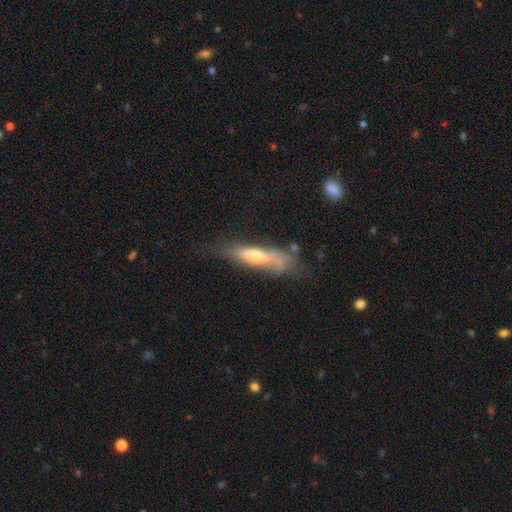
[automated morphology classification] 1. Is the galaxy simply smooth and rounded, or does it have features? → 47% smooth, 45% featured or disk, 8% star or artifact.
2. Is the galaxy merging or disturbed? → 44% none, 29% minor disturbance, 21% major disturbance, 7% merger.